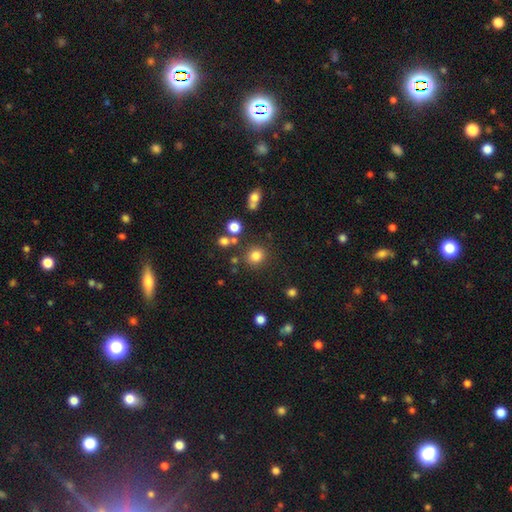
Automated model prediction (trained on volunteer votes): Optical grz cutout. It shows a smooth galaxy with no disk features (81%) that is round (86%). Merging: none (83%).